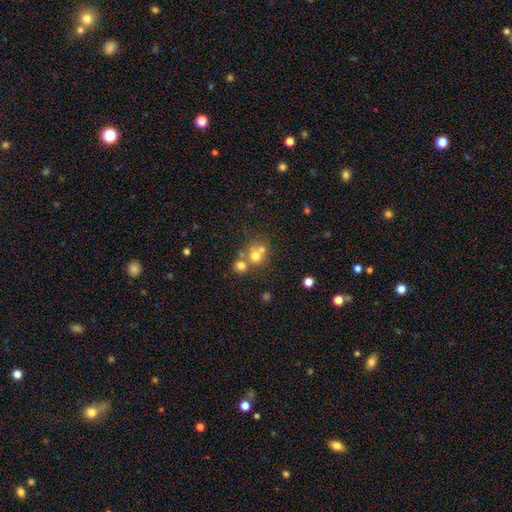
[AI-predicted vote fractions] Smooth or featured?
  - smooth: 66% *
  - featured or disk: 19%
  - star or artifact: 16%
How rounded?
  - round: 80% *
  - in between: 19%
  - cigar-shaped: 1%
Merging?
  - merger: 48% *
  - none: 40%
  - minor disturbance: 7%
  - major disturbance: 4%